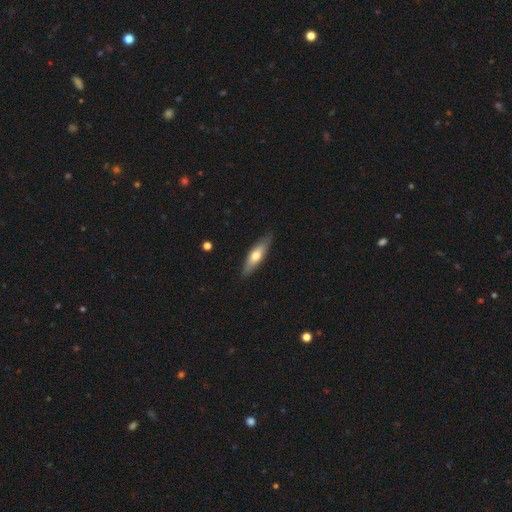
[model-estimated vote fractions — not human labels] Smooth or featured?
  - smooth: 60% *
  - featured or disk: 35%
  - star or artifact: 5%
How rounded?
  - cigar-shaped: 59% *
  - in between: 39%
  - round: 2%
Merging?
  - none: 84% *
  - minor disturbance: 13%
  - major disturbance: 2%
  - merger: 1%